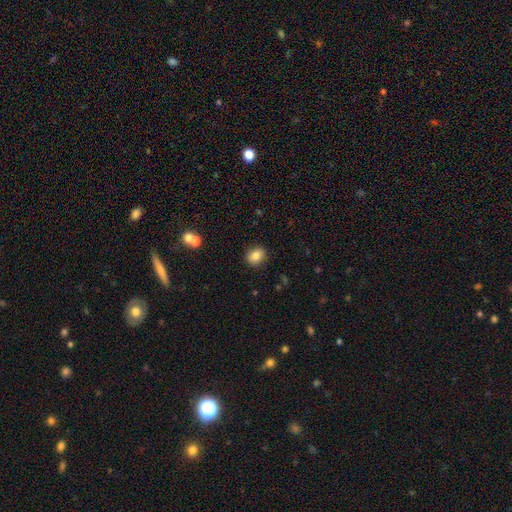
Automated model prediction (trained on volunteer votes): Q: Smooth or featured?
A: smooth (82%); runner-up: star or artifact (10%)
Q: How rounded?
A: round (70%); runner-up: in between (29%)
Q: Merging?
A: none (89%); runner-up: minor disturbance (7%)